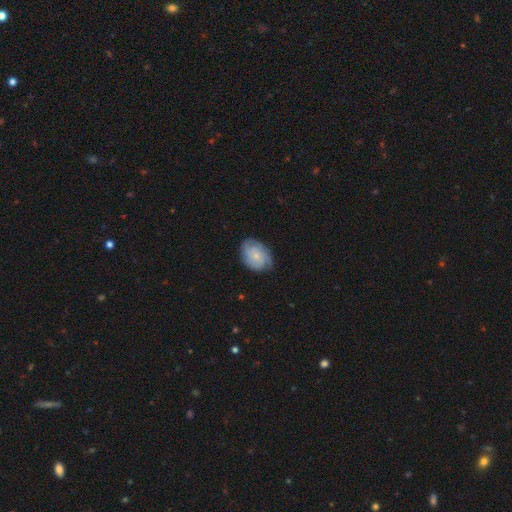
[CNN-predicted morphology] A featured or disk galaxy (49%).

Vote fractions:
- Smooth or featured? featured or disk: 49% / smooth: 44% / star or artifact: 7%
- Merging? none: 74% / minor disturbance: 20% / major disturbance: 5% / merger: 1%